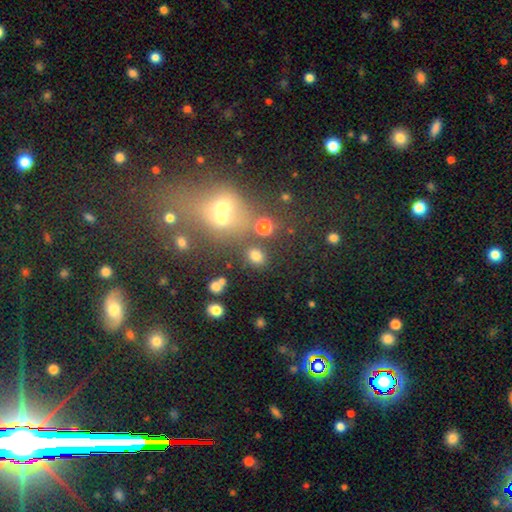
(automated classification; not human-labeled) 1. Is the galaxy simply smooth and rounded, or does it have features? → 75% smooth, 18% star or artifact, 8% featured or disk.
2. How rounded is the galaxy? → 57% round, 41% in between, 1% cigar-shaped.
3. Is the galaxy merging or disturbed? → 76% none, 10% minor disturbance, 10% merger, 4% major disturbance.